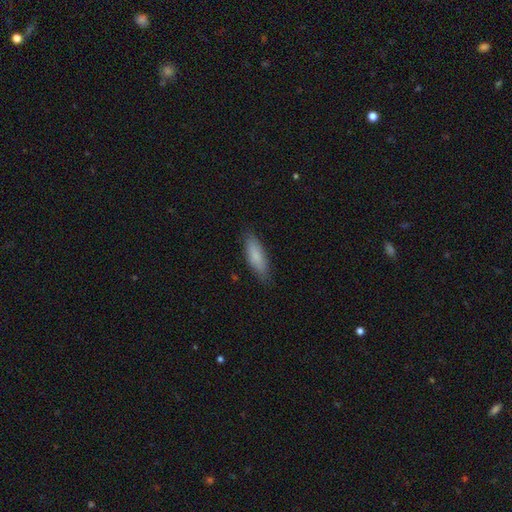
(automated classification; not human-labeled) This is likely a smooth galaxy (80%). How rounded: possibly cigar-shaped (51%). Merging: clearly none (82%).